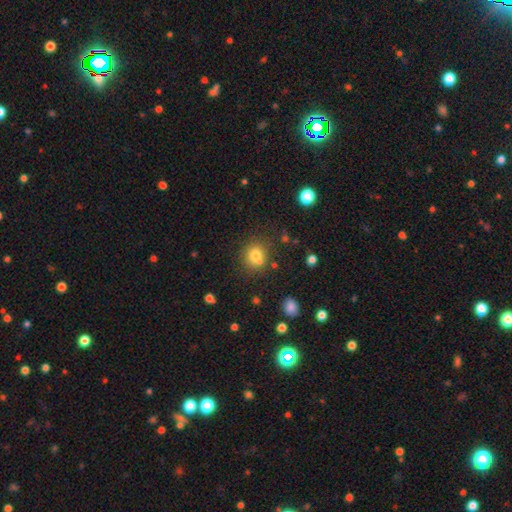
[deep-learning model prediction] Q: Smooth or featured?
A: smooth (77%); runner-up: star or artifact (14%)
Q: How rounded?
A: round (78%); runner-up: in between (21%)
Q: Merging?
A: none (65%); runner-up: merger (16%)